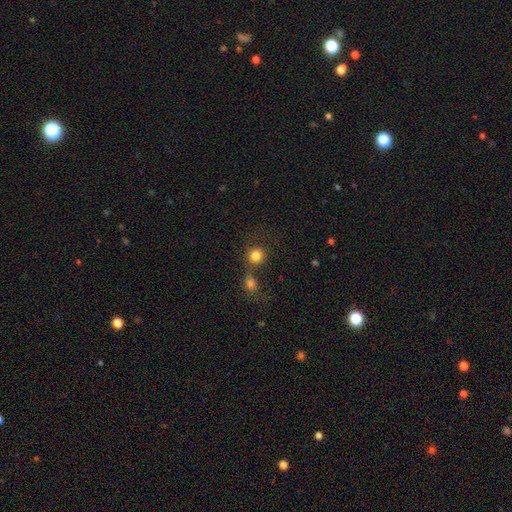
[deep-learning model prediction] Q: Smooth or featured?
A: smooth (82%); runner-up: star or artifact (12%)
Q: How rounded?
A: round (87%); runner-up: in between (12%)
Q: Merging?
A: none (57%); runner-up: merger (28%)